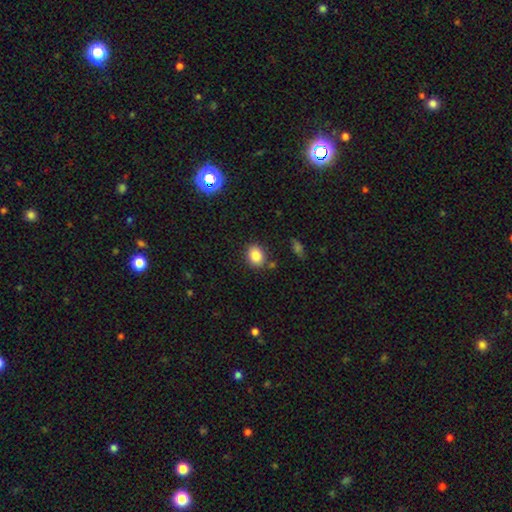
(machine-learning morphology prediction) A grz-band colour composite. It shows a smooth galaxy with no disk features (84%) that is round (54%). Merging: none (83%).